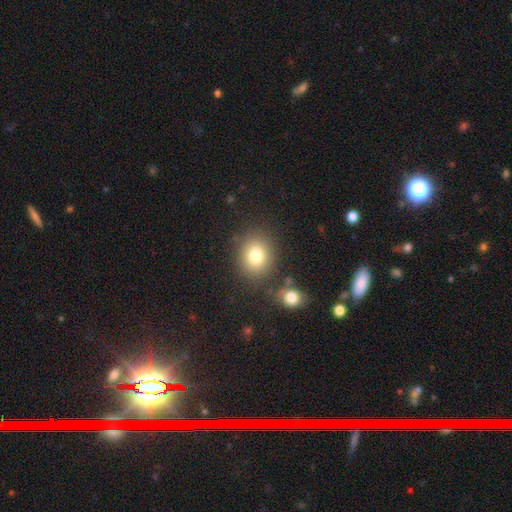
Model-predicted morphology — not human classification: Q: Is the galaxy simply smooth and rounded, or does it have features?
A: smooth — 79%.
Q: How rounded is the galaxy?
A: round — 68%.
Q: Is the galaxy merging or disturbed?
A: none — 79%.